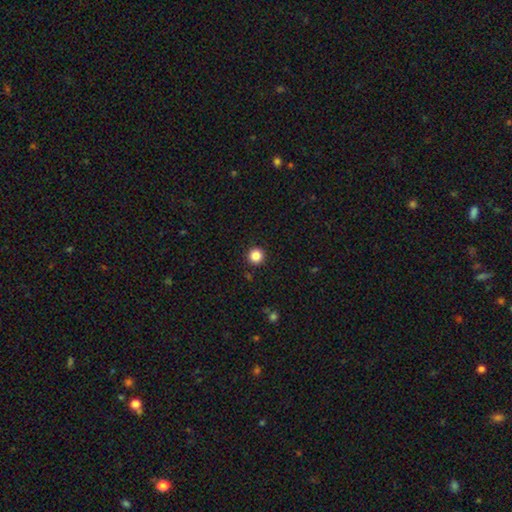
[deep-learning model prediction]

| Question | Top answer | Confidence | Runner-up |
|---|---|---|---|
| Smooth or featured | smooth | 86% | star or artifact (11%) |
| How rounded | round | 96% | in between (3%) |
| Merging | none | 93% | minor disturbance (5%) |